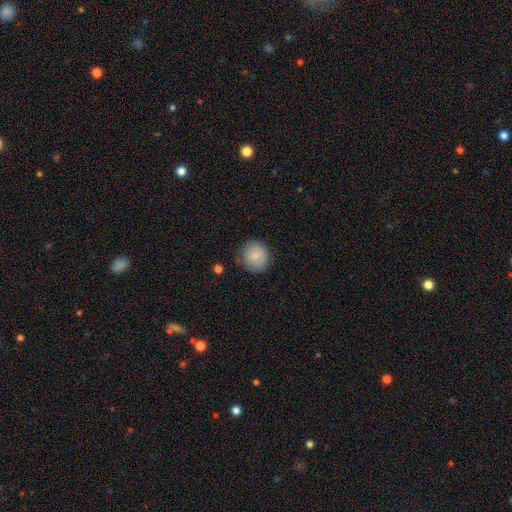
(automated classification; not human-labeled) smooth-or-featured: smooth: 84% | featured or disk: 8% | star or artifact: 8%
  how-rounded: round: 93% | in between: 6% | cigar-shaped: 1%
  merging: none: 85% | minor disturbance: 11% | major disturbance: 3% | merger: 1%